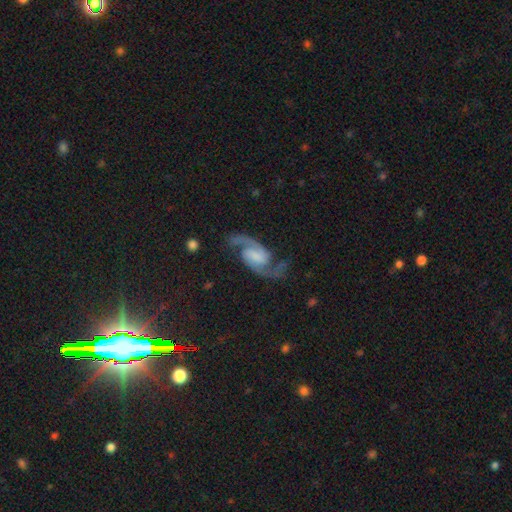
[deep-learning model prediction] This is clearly a featured or disk galaxy (91%). It is clearly not viewed edge-on (98%). Bar: marginally weak (44%). Spiral arm pattern: clearly yes (98%). Spiral arm count: clearly 2 (95%). Spiral winding: possibly medium (50%). Central bulge: marginally none (40%). Merging: likely none (78%).